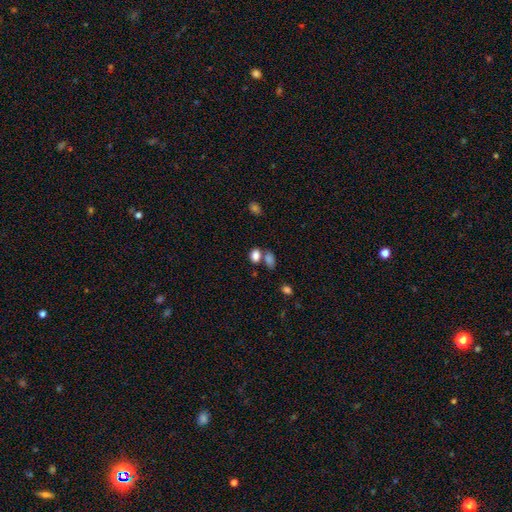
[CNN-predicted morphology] Smooth or featured?
  - smooth: 82% *
  - star or artifact: 11%
  - featured or disk: 6%
How rounded?
  - in between: 74% *
  - round: 25%
  - cigar-shaped: 2%
Merging?
  - none: 50% *
  - merger: 32%
  - minor disturbance: 12%
  - major disturbance: 5%